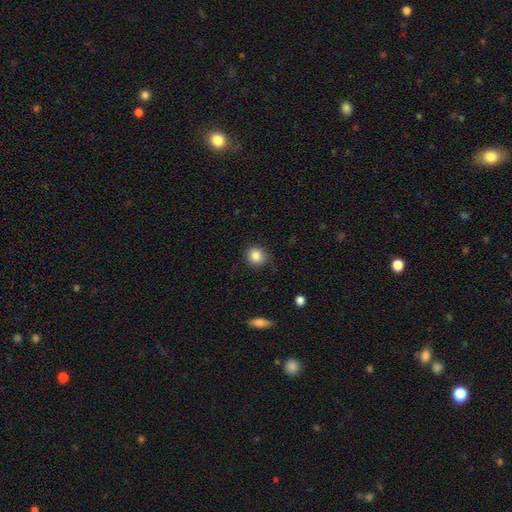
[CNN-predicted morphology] Q: Smooth or featured?
A: smooth (85%); runner-up: star or artifact (9%)
Q: How rounded?
A: round (87%); runner-up: in between (12%)
Q: Merging?
A: none (81%); runner-up: minor disturbance (15%)